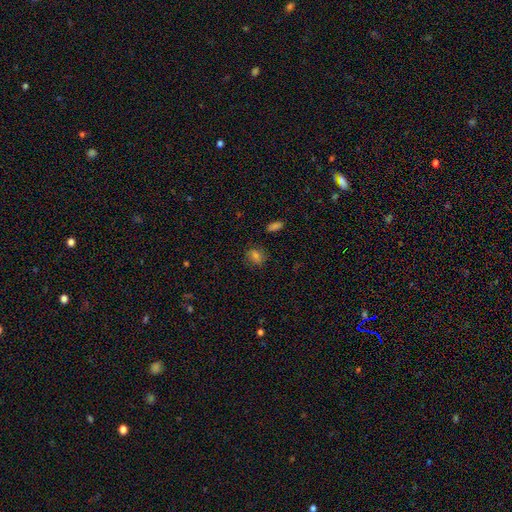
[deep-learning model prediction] This is likely a smooth galaxy (68%). How rounded: possibly round (56%). Merging: likely none (79%).